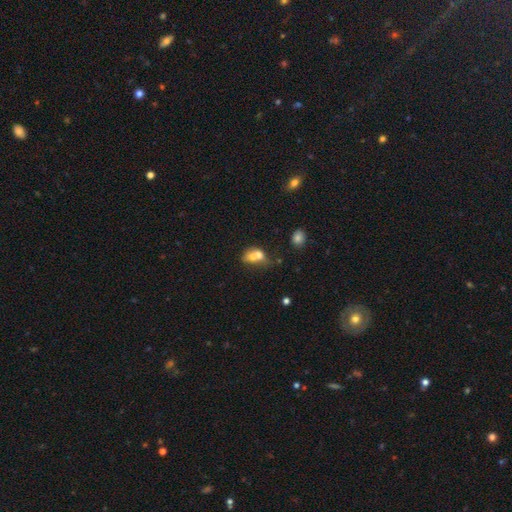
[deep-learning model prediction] This is likely a smooth galaxy (66%). How rounded: possibly in between (59%). Merging: likely merger (67%).